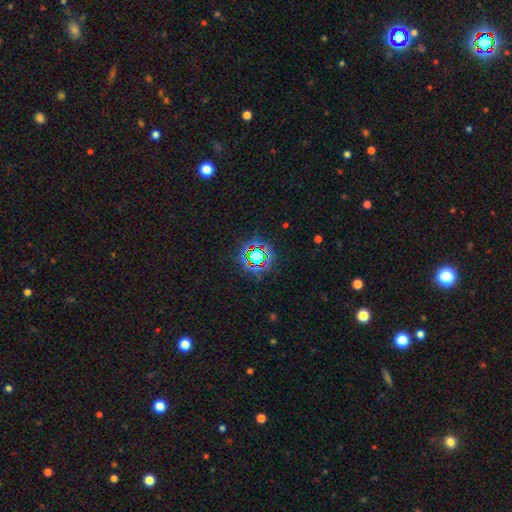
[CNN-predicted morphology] Smooth or featured? star or artifact (70%)